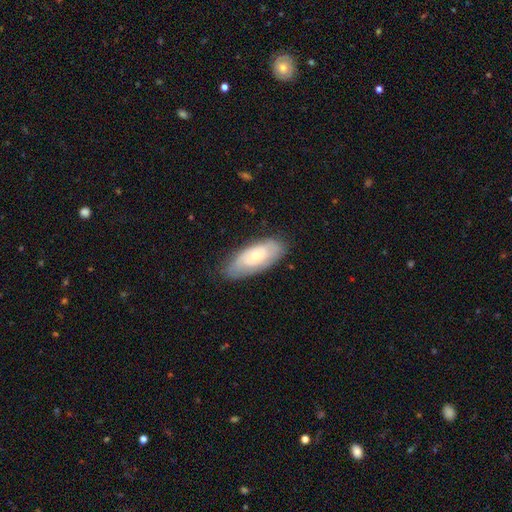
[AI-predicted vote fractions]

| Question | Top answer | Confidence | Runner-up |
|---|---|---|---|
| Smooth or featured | featured or disk | 47% | smooth (46%) |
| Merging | none | 76% | minor disturbance (19%) |